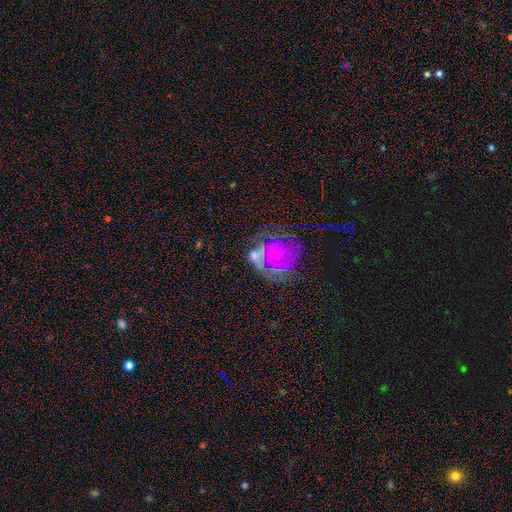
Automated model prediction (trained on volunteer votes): Q: Smooth or featured?
A: featured or disk (60%); runner-up: smooth (25%)
Q: Edge-on disk?
A: no (97%); runner-up: yes (3%)
Q: Bar?
A: no (67%); runner-up: weak (26%)
Q: Spiral arms?
A: yes (71%); runner-up: no (29%)
Q: Bulge size?
A: small (54%); runner-up: moderate (22%)
Q: Merging?
A: none (42%); runner-up: merger (20%)